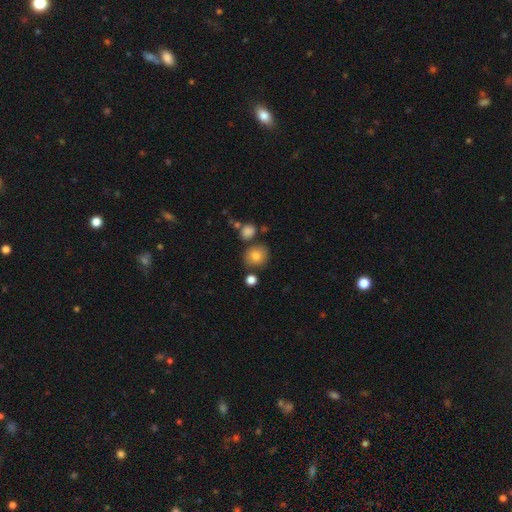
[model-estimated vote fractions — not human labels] Smooth or featured: smooth — 80% (star or artifact — 10%)
How rounded: round — 80% (in between — 19%)
Merging: none — 73% (minor disturbance — 13%)